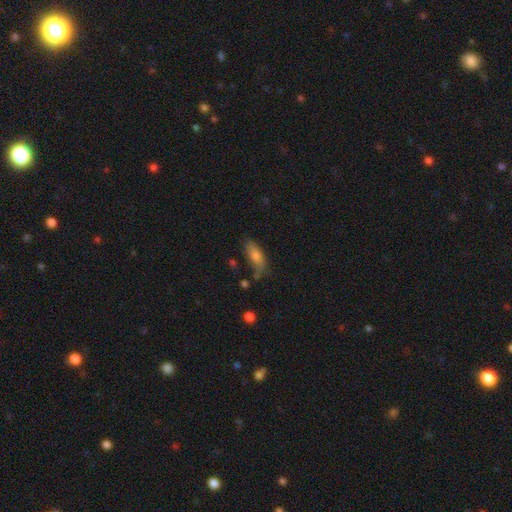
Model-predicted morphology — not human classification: Smooth or featured? Predicted: smooth (p=0.73). How rounded? Predicted: in between (p=0.65). Merging? Predicted: none (p=0.63).